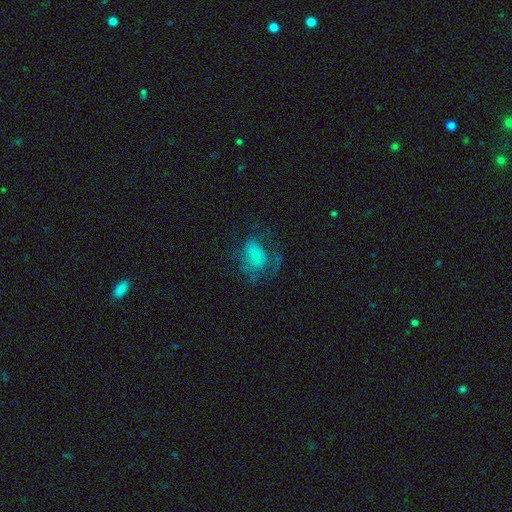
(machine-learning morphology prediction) Overall: smooth (51%; featured or disk 38%). How rounded: in between (68%; round 31%). Merging: major disturbance (42%; none 34%).